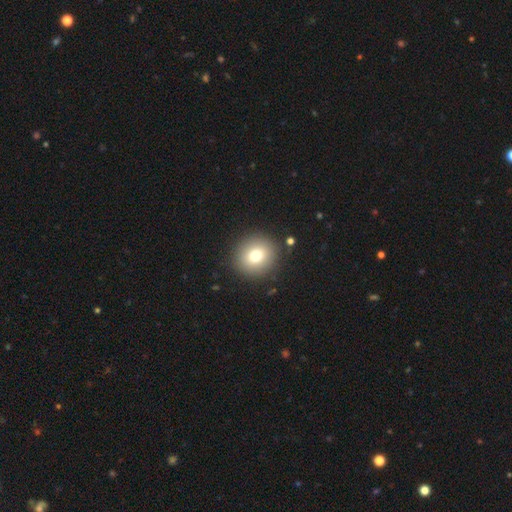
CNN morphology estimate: Q: Smooth or featured?
A: smooth (76%); runner-up: featured or disk (13%)
Q: How rounded?
A: round (88%); runner-up: in between (11%)
Q: Merging?
A: none (89%); runner-up: minor disturbance (6%)